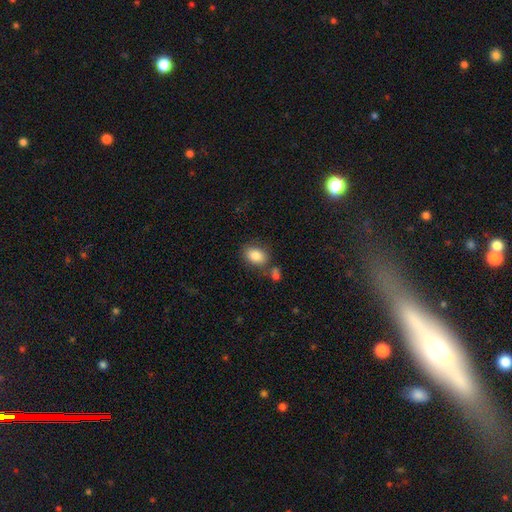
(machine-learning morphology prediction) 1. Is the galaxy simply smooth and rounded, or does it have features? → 85% smooth, 8% star or artifact, 7% featured or disk.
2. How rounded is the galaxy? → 80% in between, 19% round, 1% cigar-shaped.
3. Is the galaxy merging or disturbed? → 69% none, 14% minor disturbance, 12% merger, 5% major disturbance.